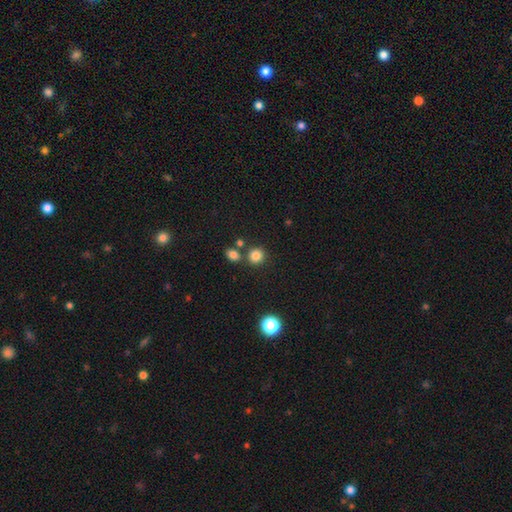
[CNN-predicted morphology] smooth-or-featured: smooth: 82% | star or artifact: 12% | featured or disk: 5%
  how-rounded: round: 86% | in between: 13% | cigar-shaped: 1%
  merging: none: 75% | merger: 14% | minor disturbance: 8% | major disturbance: 3%